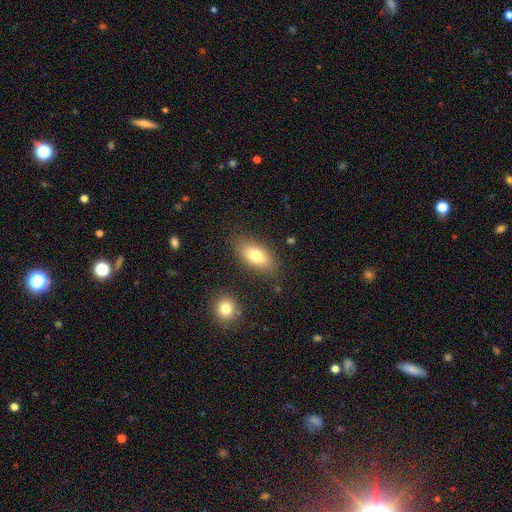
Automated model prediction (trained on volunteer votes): Smooth or featured? Predicted: smooth (p=0.77). How rounded? Predicted: in between (p=0.89). Merging? Predicted: none (p=0.80).